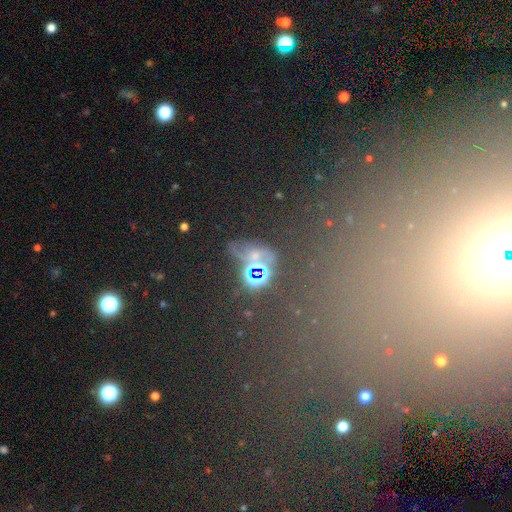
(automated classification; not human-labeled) A star or artifact, not a galaxy (57%).